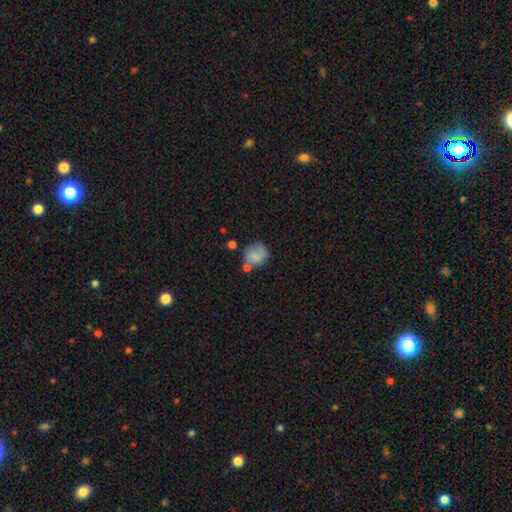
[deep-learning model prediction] Smooth or featured? smooth (73%)
How rounded? round (70%)
Merging? none (48%)